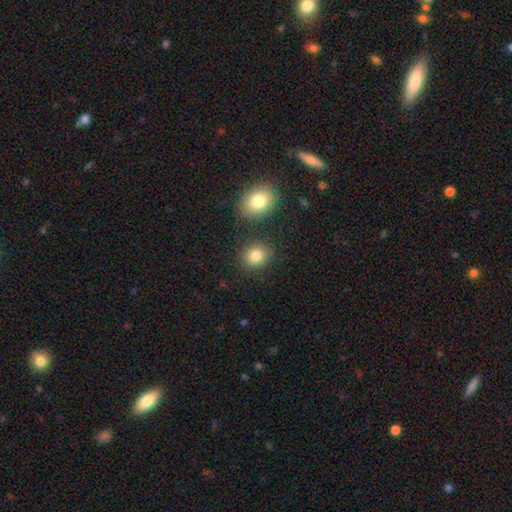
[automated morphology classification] type=smooth (83%); roundness=round (61%); merging=none (78%).